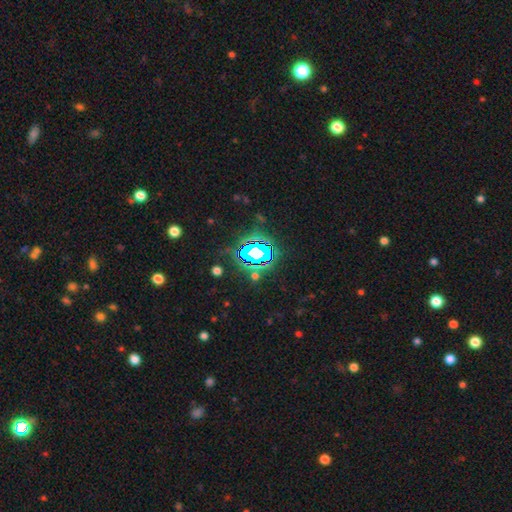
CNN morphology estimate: Overall: star or artifact (71%).